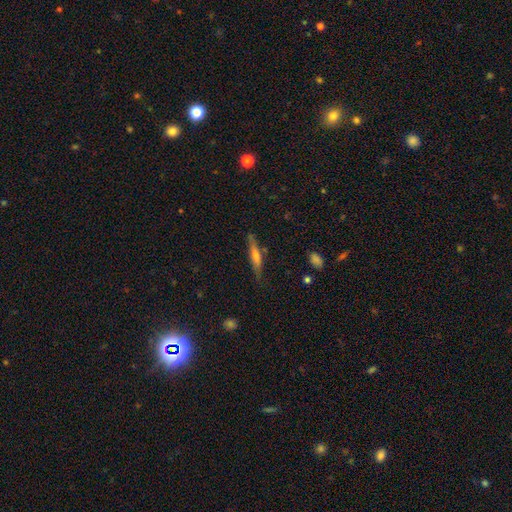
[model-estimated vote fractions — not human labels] A smooth galaxy with no disk features (48%). Merging: none (78%).